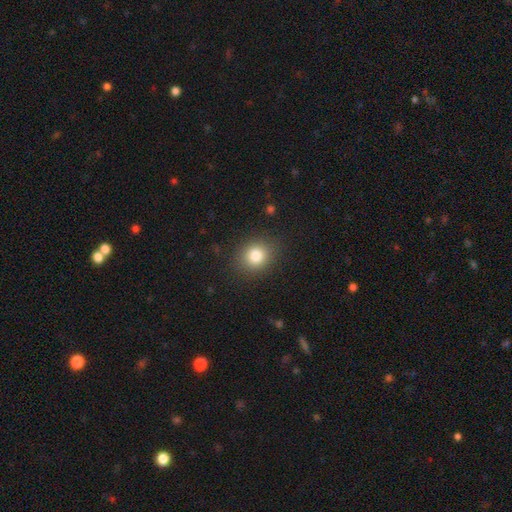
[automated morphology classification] Q: Smooth or featured?
A: smooth (82%); runner-up: star or artifact (11%)
Q: How rounded?
A: round (72%); runner-up: in between (27%)
Q: Merging?
A: none (87%); runner-up: minor disturbance (9%)